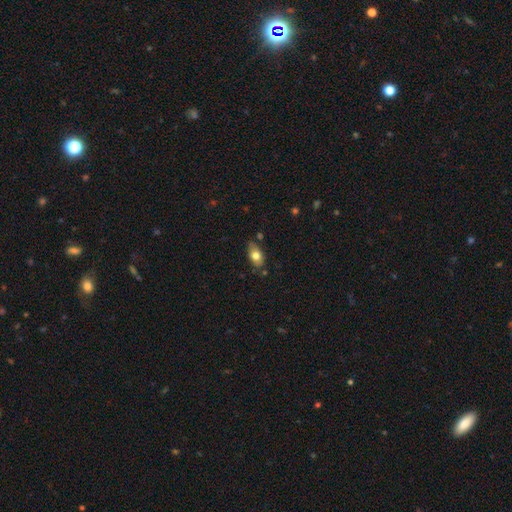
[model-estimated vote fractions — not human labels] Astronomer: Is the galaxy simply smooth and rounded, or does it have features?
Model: smooth — 72%.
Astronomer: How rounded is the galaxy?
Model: in between — 88%.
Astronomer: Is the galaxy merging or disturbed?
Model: none — 73%.